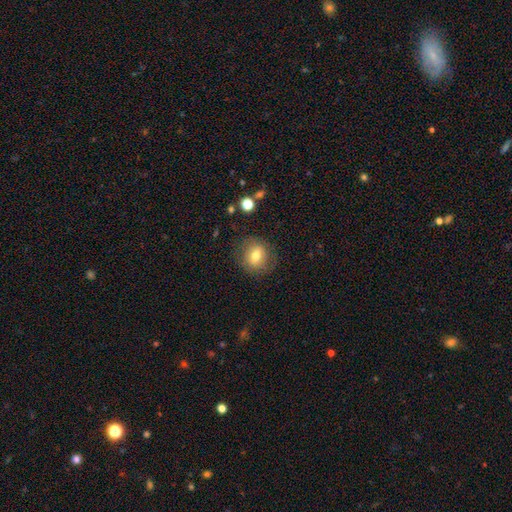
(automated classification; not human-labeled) Morphology: type=smooth (69%); roundness=round (77%); merging=none (79%).